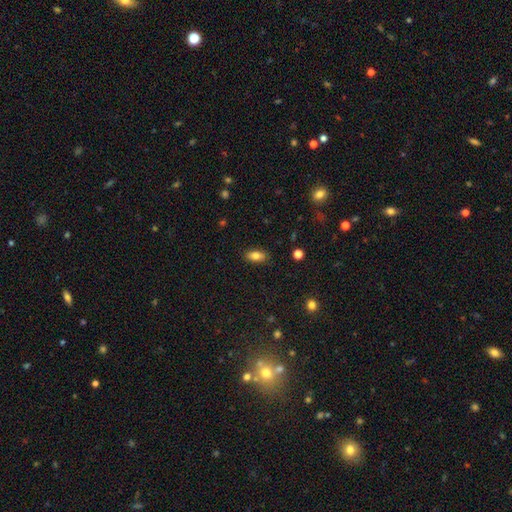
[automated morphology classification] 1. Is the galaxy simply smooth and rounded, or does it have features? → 80% smooth, 11% featured or disk, 9% star or artifact.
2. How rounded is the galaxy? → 88% in between, 7% cigar-shaped, 5% round.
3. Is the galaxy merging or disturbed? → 86% none, 10% minor disturbance, 2% major disturbance, 1% merger.